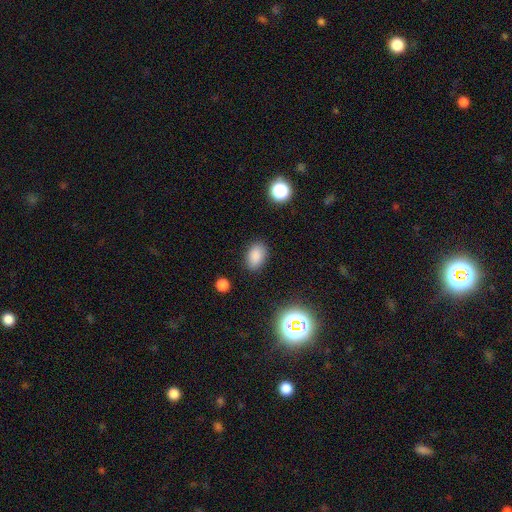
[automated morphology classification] Overall: smooth (84%). How rounded: in between (88%). Merging: none (85%).